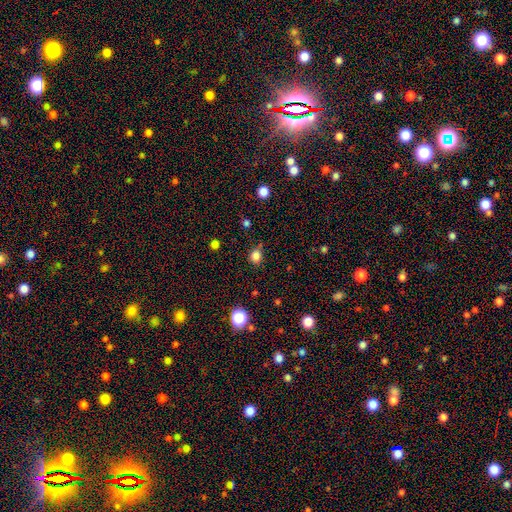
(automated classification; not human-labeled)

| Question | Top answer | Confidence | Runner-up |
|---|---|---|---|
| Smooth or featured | smooth | 82% | star or artifact (14%) |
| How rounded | round | 75% | in between (24%) |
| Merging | none | 74% | minor disturbance (18%) |